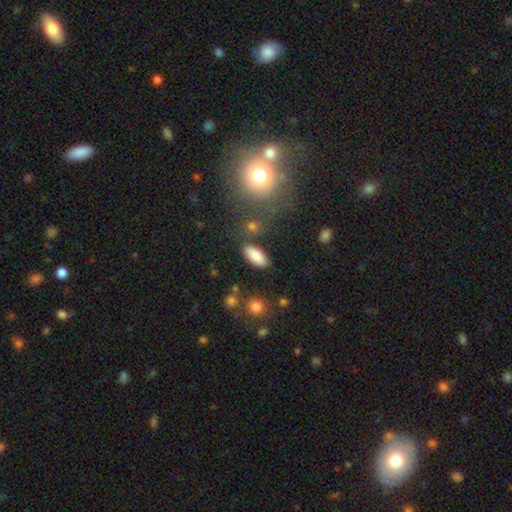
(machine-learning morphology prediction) A smooth galaxy with no disk features (86%) that is in between round and cigar-shaped (88%).

Vote fractions:
- Smooth or featured? smooth: 86% / star or artifact: 7% / featured or disk: 7%
- How rounded? in between: 88% / cigar-shaped: 10% / round: 2%
- Merging? none: 82% / minor disturbance: 10% / merger: 4% / major disturbance: 3%